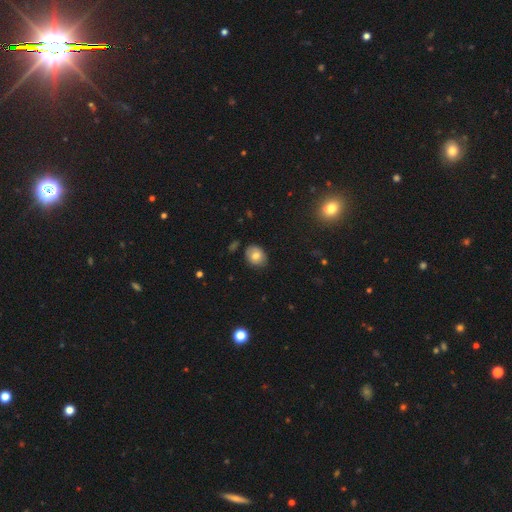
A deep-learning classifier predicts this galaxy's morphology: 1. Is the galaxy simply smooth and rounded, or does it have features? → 73% smooth, 16% featured or disk, 11% star or artifact.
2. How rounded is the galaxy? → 52% round, 47% in between, 1% cigar-shaped.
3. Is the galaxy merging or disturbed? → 79% none, 17% minor disturbance, 3% major disturbance, 2% merger.